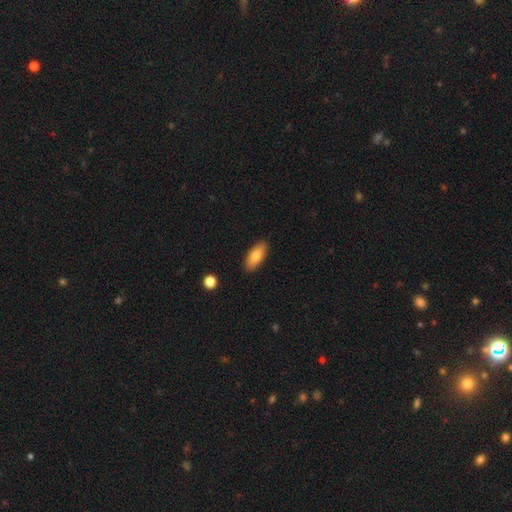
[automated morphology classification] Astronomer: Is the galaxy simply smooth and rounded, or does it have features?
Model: smooth — 79%.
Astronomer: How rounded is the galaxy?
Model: in between — 83%.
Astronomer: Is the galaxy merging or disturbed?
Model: none — 89%.